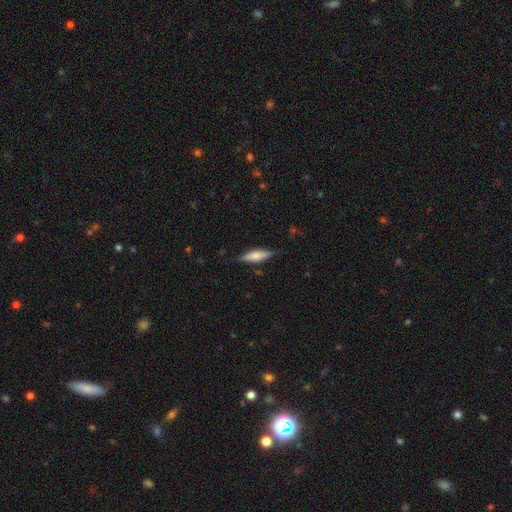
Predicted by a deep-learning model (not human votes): This appears to be a smooth galaxy with no disk features (57%) that is cigar-shaped (68%). Merging: none (81%).